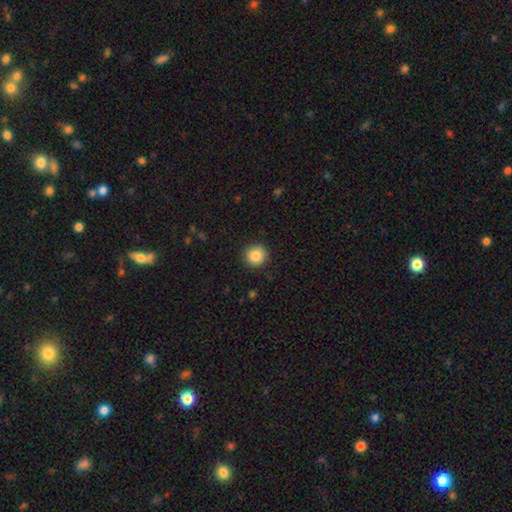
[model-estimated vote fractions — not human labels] Q: Smooth or featured?
A: smooth (86%); runner-up: star or artifact (9%)
Q: How rounded?
A: round (94%); runner-up: in between (5%)
Q: Merging?
A: none (92%); runner-up: minor disturbance (5%)